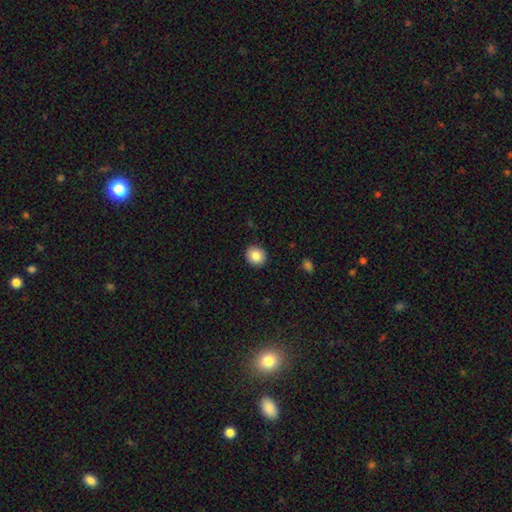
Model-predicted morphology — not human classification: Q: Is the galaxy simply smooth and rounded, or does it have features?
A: smooth — 86%.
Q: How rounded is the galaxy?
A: round — 83%.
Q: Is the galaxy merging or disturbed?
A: none — 91%.